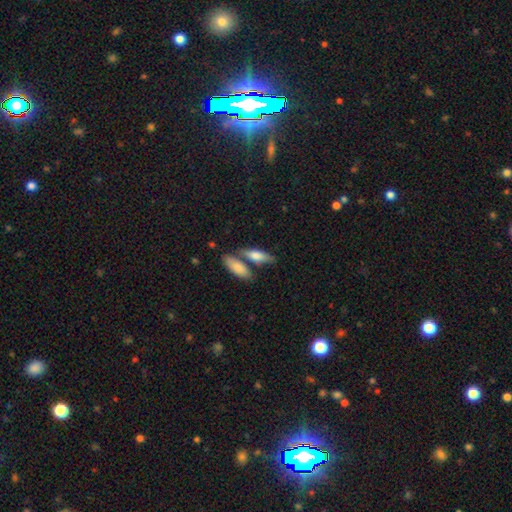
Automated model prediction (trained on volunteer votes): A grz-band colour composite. It shows a smooth galaxy with no disk features (73%) that is in between round and cigar-shaped (59%). Merging: none (53%).